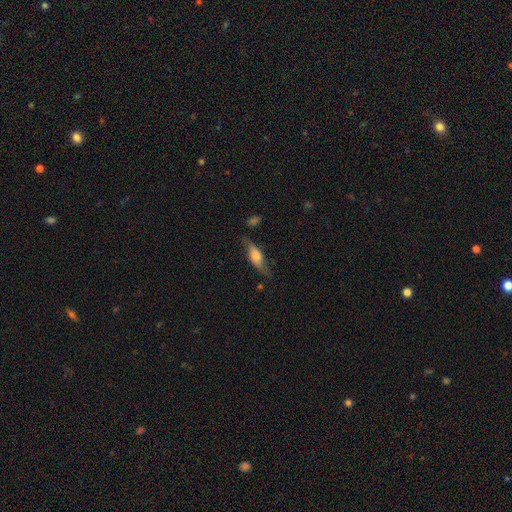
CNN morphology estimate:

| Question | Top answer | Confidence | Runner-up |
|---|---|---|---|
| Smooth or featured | featured or disk | 48% | smooth (46%) |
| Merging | none | 69% | minor disturbance (22%) |